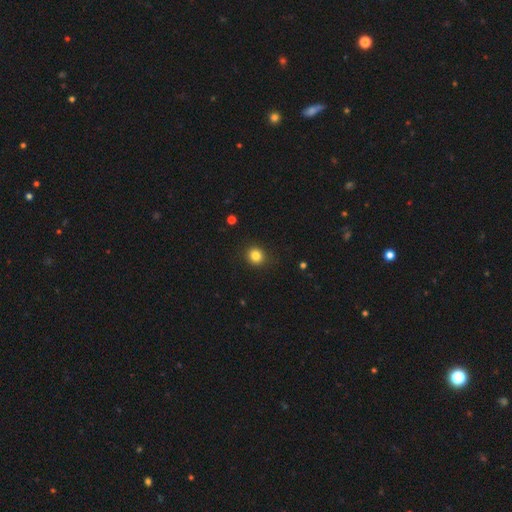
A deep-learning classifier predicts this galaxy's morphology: A smooth galaxy with no disk features (83%) that is round (86%). Merging: none (90%).